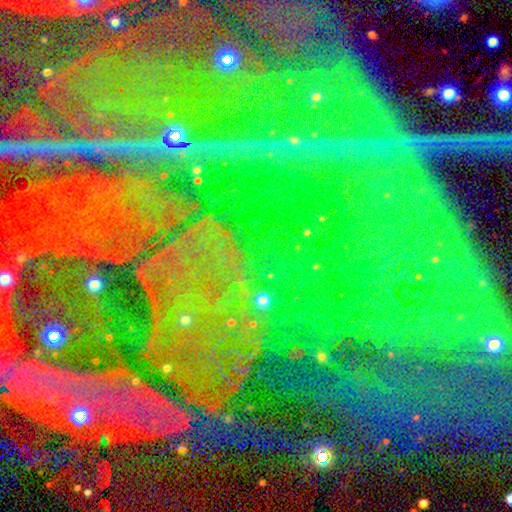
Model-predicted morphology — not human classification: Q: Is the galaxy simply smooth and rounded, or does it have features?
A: star or artifact — 88%.